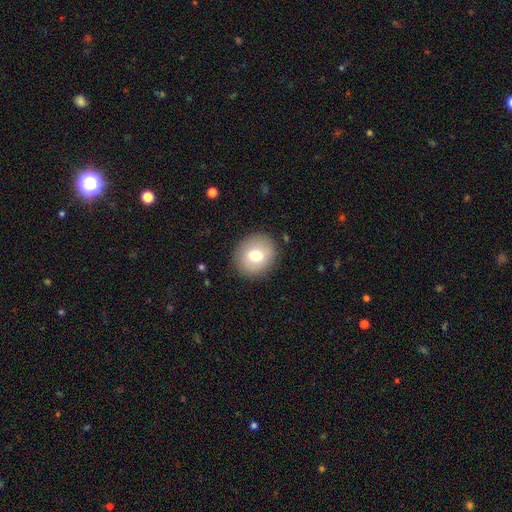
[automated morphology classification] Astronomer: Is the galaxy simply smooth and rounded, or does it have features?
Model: smooth — 74%.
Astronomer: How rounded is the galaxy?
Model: round — 79%.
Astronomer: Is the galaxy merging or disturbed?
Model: none — 88%.